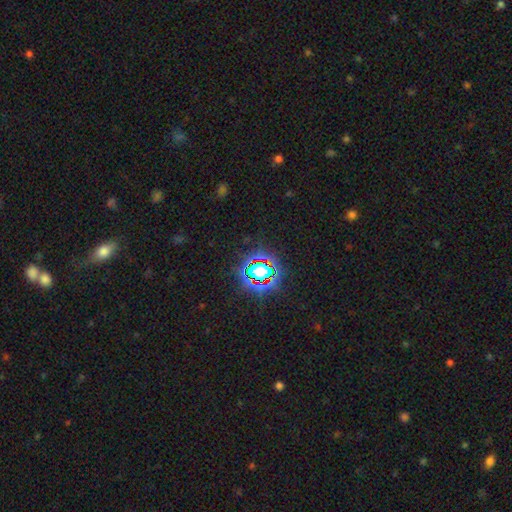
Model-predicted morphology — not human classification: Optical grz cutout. It shows a star or artifact, not a galaxy (78%).